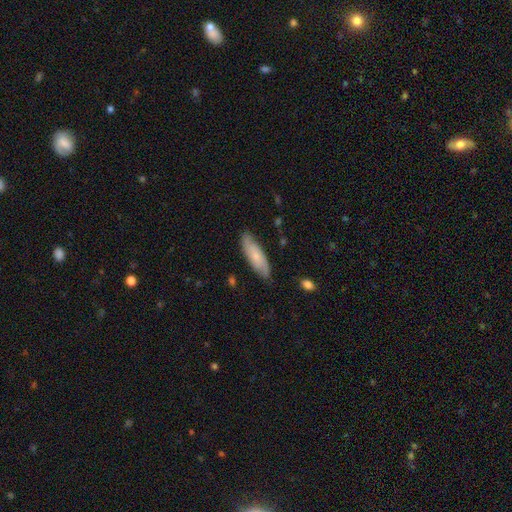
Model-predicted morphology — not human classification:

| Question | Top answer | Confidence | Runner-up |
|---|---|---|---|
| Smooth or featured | smooth | 63% | featured or disk (31%) |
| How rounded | cigar-shaped | 50% | in between (48%) |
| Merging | none | 80% | minor disturbance (16%) |